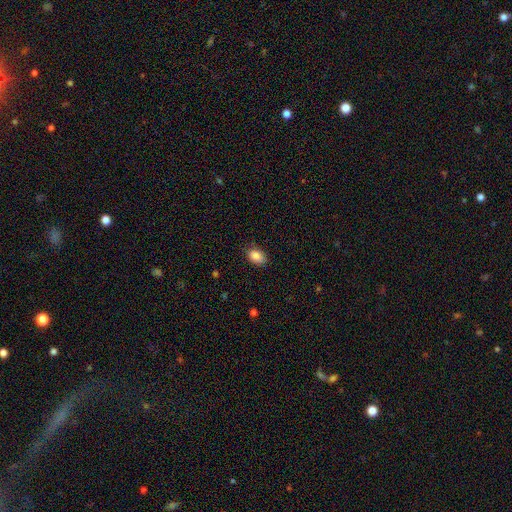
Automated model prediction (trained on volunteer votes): Overall: smooth (87%). How rounded: in between (85%). Merging: none (83%).